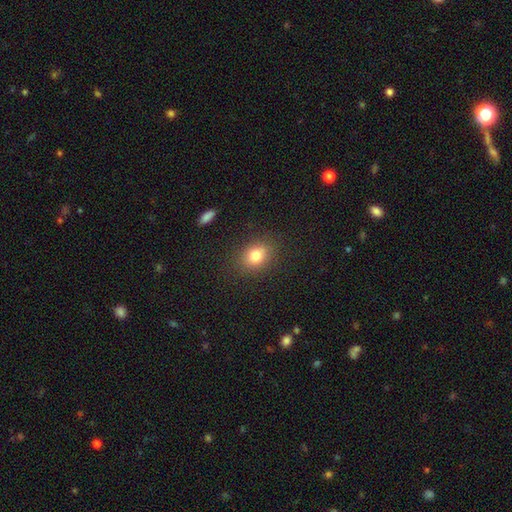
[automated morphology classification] Smooth or featured?
  - smooth: 80% *
  - star or artifact: 12%
  - featured or disk: 8%
How rounded?
  - in between: 51% *
  - round: 48%
  - cigar-shaped: 1%
Merging?
  - none: 85% *
  - minor disturbance: 10%
  - major disturbance: 3%
  - merger: 1%